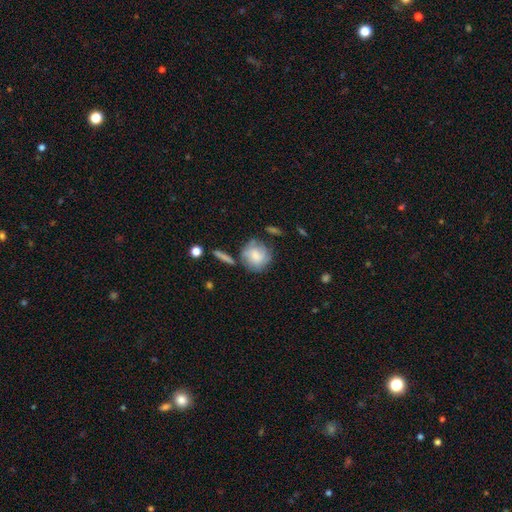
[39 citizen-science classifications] Morphology: type=smooth (51%); roundness=round (90%); merging=none (71%).